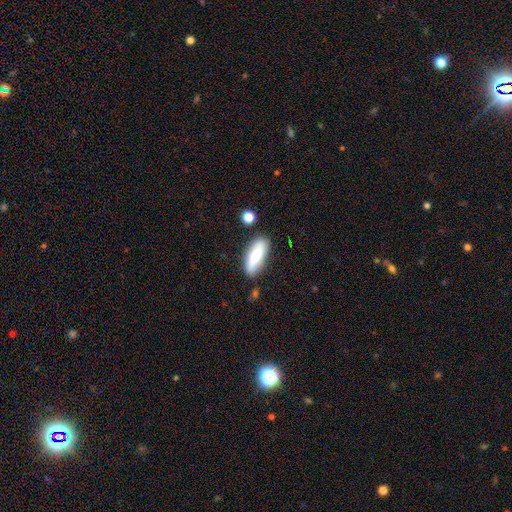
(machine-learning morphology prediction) A smooth galaxy with no disk features (74%) that is in between round and cigar-shaped (63%).

Vote fractions:
- Smooth or featured? smooth: 74% / featured or disk: 19% / star or artifact: 7%
- How rounded? in between: 63% / cigar-shaped: 35% / round: 2%
- Merging? none: 78% / minor disturbance: 15% / merger: 4% / major disturbance: 3%